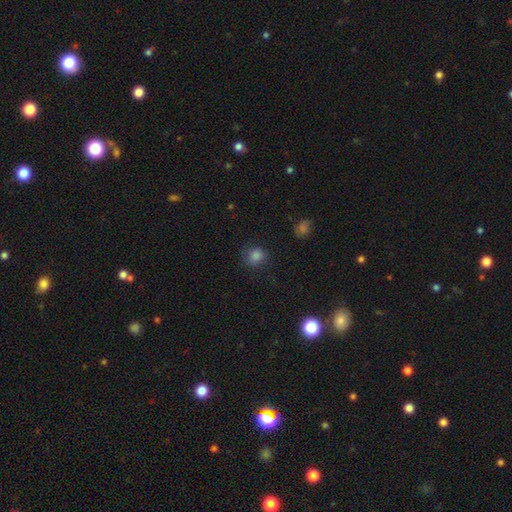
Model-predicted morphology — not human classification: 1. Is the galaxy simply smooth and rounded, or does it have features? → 81% smooth, 14% star or artifact, 5% featured or disk.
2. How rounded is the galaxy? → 83% round, 16% in between, 1% cigar-shaped.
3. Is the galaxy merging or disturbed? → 78% none, 15% minor disturbance, 6% major disturbance, 1% merger.